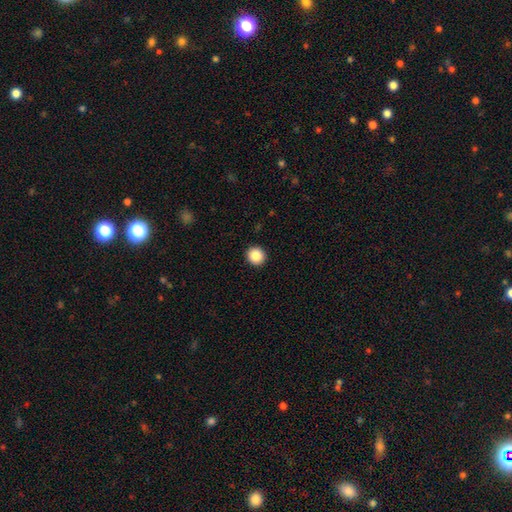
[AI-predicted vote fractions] Morphology: type=smooth (87%); roundness=round (93%); merging=none (93%).